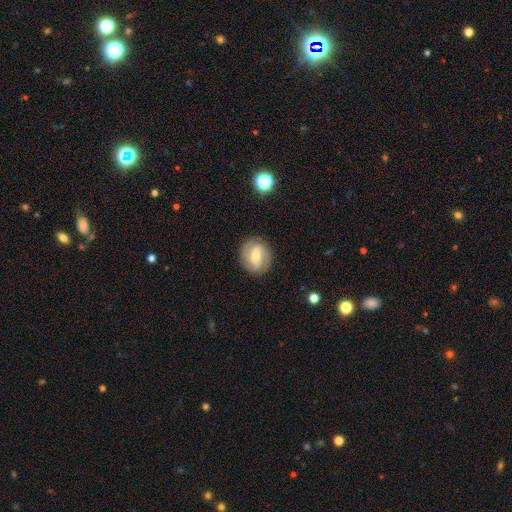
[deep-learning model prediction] Overall: featured or disk (57%; smooth 35%). Edge-on disk: no (96%). Bar: weak (48%; strong 28%). Spiral arms: yes (81%). Bulge size: moderate (56%; small 37%). Merging: none (85%).